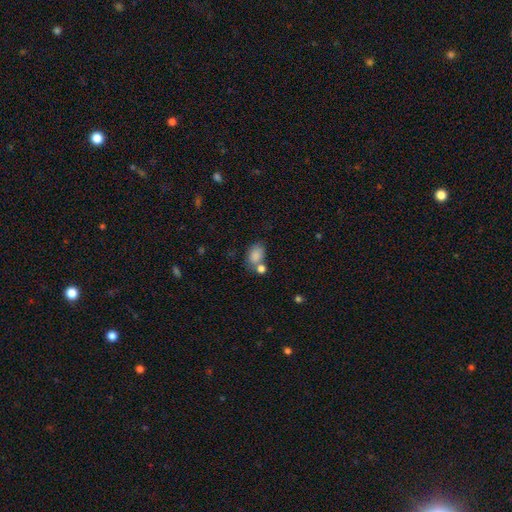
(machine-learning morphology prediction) The model was most divided on "merging": none: 50%, merger: 28%, minor disturbance: 16%, major disturbance: 6%. More confident: smooth or featured — smooth (84%); how rounded — in between (81%).